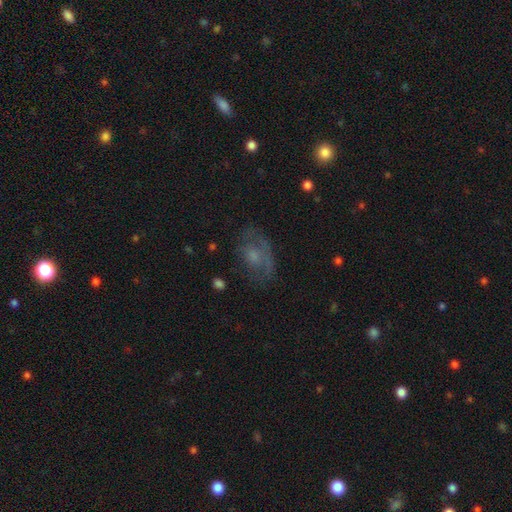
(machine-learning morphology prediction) Overall: featured or disk (46%; smooth 40%). Merging: none (51%; minor disturbance 24%).